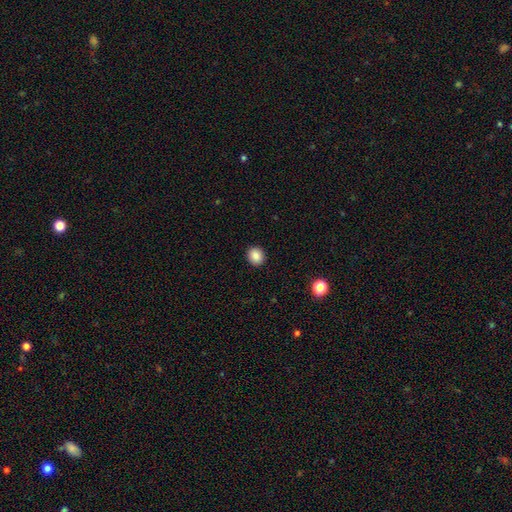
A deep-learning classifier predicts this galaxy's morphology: smooth-or-featured: smooth: 86% | star or artifact: 10% | featured or disk: 5%
  how-rounded: round: 78% | in between: 21% | cigar-shaped: 1%
  merging: none: 92% | minor disturbance: 5% | major disturbance: 2% | merger: 1%